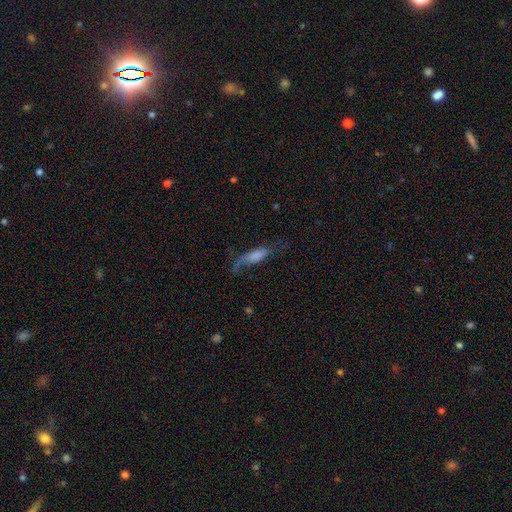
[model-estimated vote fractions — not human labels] Smooth or featured? Predicted: smooth (p=0.55). How rounded? Predicted: in between (p=0.55). Merging? Predicted: none (p=0.38).